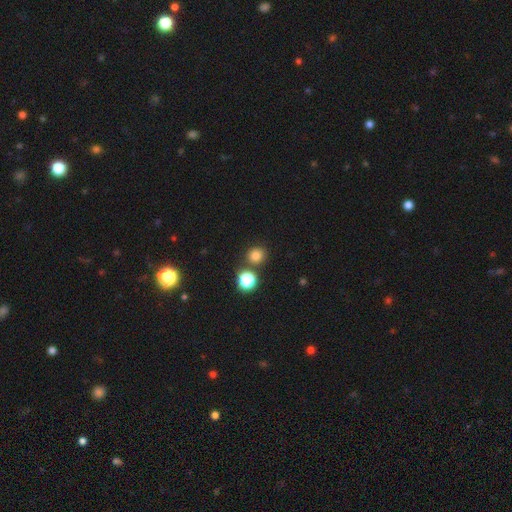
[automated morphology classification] type=smooth (78%); roundness=round (89%); merging=none (78%).